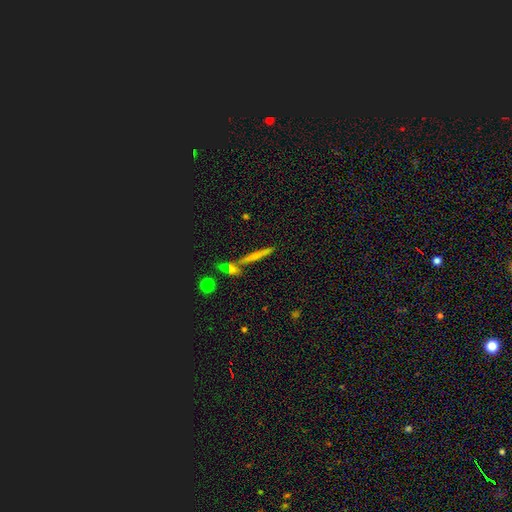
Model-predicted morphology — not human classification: Q: Smooth or featured?
A: smooth (50%); runner-up: featured or disk (40%)
Q: How rounded?
A: cigar-shaped (91%); runner-up: in between (5%)
Q: Merging?
A: none (75%); runner-up: merger (14%)